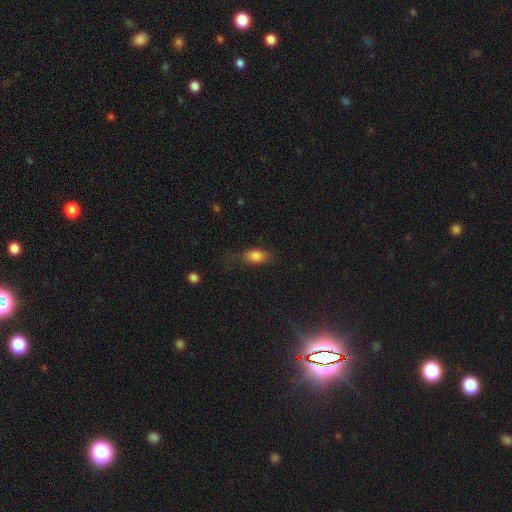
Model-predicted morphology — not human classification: Overall: smooth (82%). How rounded: in between (85%). Merging: none (65%).